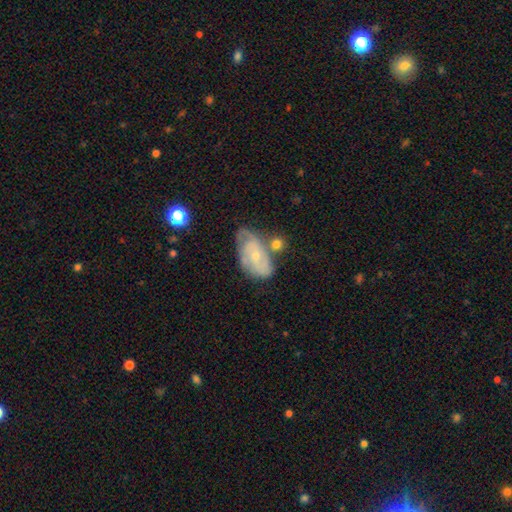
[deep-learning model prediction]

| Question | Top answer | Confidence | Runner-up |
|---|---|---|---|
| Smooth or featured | featured or disk | 69% | smooth (24%) |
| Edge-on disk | no | 95% | yes (5%) |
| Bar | no | 70% | weak (26%) |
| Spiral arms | yes | 86% | no (14%) |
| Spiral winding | tight | 48% | medium (38%) |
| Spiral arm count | can't tell | 34% | tied: 2 (34%) |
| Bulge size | small | 66% | moderate (29%) |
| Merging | none | 45% | minor disturbance (27%) |